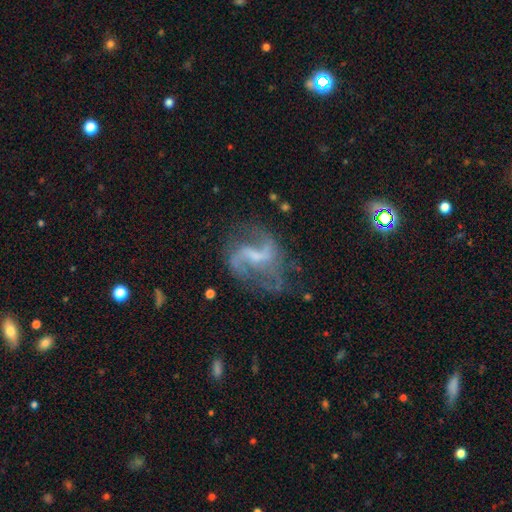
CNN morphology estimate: smooth-or-featured: featured or disk: 83% | star or artifact: 9% | smooth: 8%
  disk-edge-on: no: 98% | yes: 2%
    bar: weak: 53% | strong: 24% | no: 23%
    has-spiral-arms: yes: 91% | no: 9%
      spiral-winding: loose: 62% | medium: 31% | tight: 7%
      spiral-arm-count: 2: 79% | can't tell: 8% | 1: 5% | 3: 4% | 4: 2% | more than 4: 2%
    bulge-size: small: 41% | none: 33% | moderate: 23% | large: 3% | dominant: 1%
  merging: none: 55% | major disturbance: 22% | minor disturbance: 19% | merger: 4%